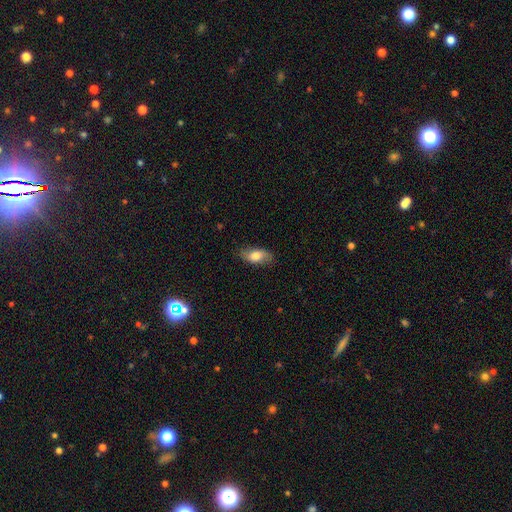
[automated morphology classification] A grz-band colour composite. It shows a smooth galaxy with no disk features (69%) that is in between round and cigar-shaped (87%). Merging: none (80%).